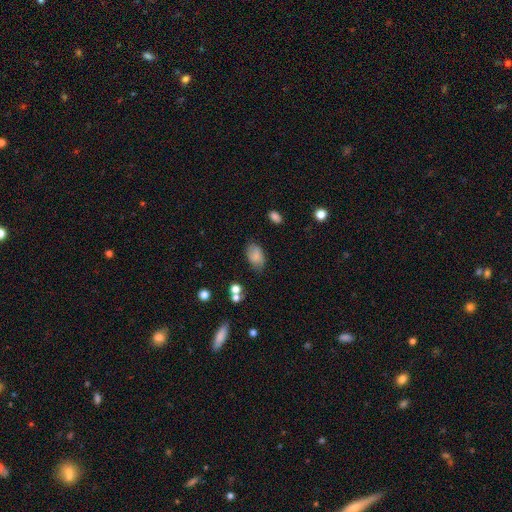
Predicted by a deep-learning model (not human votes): Q: Smooth or featured?
A: smooth (78%); runner-up: featured or disk (13%)
Q: How rounded?
A: in between (91%); runner-up: round (7%)
Q: Merging?
A: none (69%); runner-up: minor disturbance (23%)